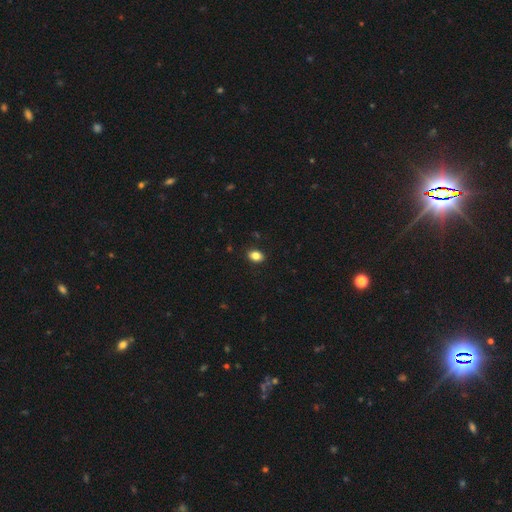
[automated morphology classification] The model was most divided on "how rounded": in between: 77%, round: 21%, cigar-shaped: 1%. More confident: merging — none (89%); smooth or featured — smooth (85%).